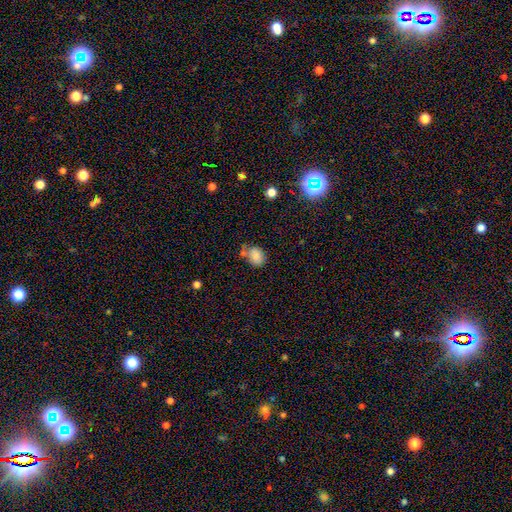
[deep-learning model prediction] The model was most divided on "how rounded": in between: 59%, round: 40%, cigar-shaped: 1%. More confident: smooth or featured — smooth (82%); merging — none (56%).